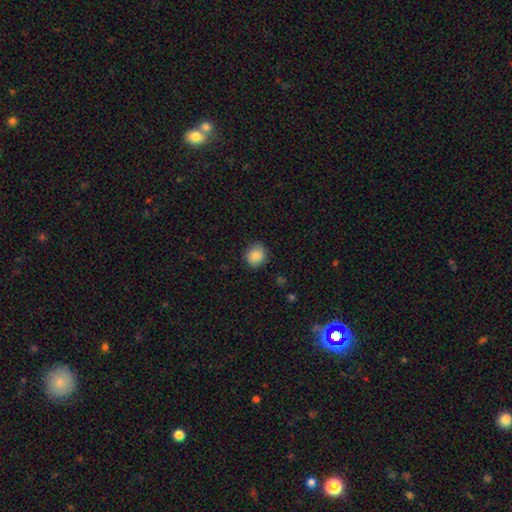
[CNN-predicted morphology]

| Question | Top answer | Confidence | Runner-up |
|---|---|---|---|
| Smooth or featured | smooth | 87% | star or artifact (8%) |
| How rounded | round | 77% | in between (23%) |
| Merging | none | 84% | minor disturbance (12%) |